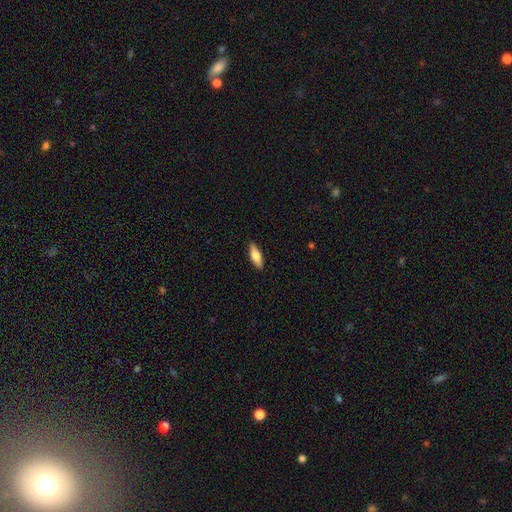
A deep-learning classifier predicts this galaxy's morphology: This is likely a smooth galaxy (76%). How rounded: possibly in between (57%). Merging: clearly none (89%).